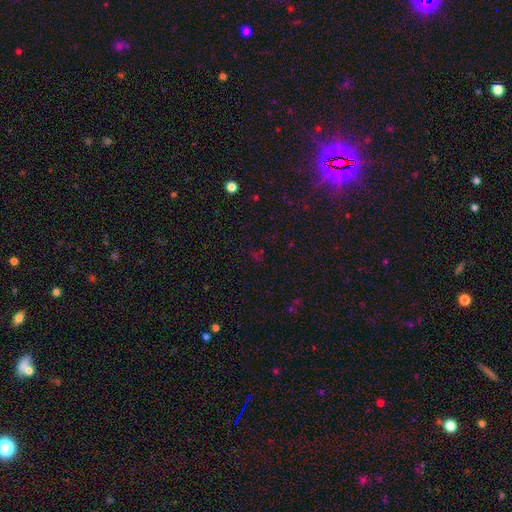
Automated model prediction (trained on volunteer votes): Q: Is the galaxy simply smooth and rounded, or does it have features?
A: star or artifact — 67%.